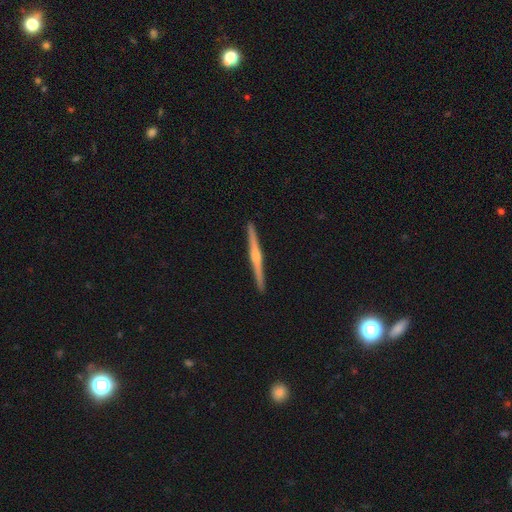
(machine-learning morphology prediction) Smooth or featured? featured or disk (77%)
Edge-on disk? yes (98%)
Edge-on bulge? rounded (79%)
Merging? none (91%)